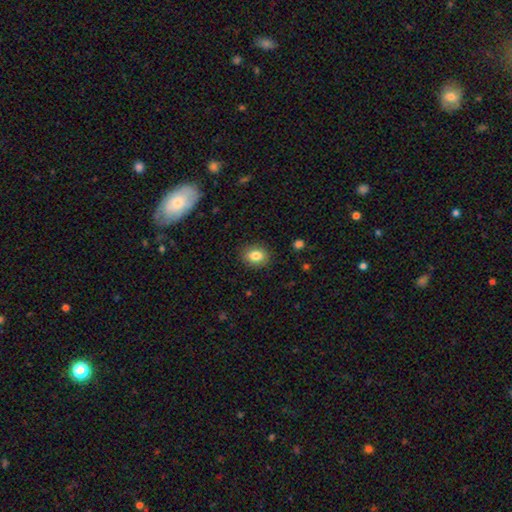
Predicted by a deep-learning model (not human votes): Morphology: type=smooth (83%); roundness=in between (63%); merging=none (87%).